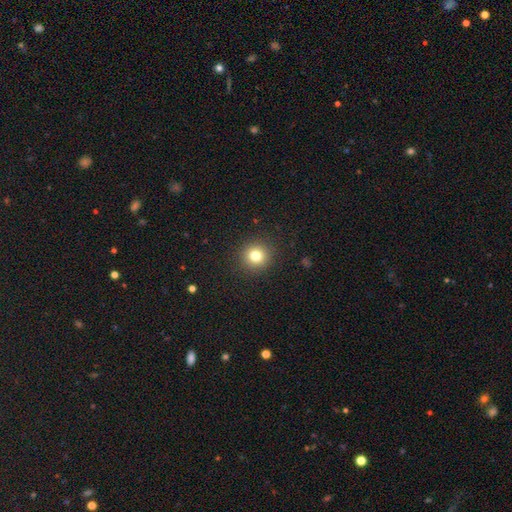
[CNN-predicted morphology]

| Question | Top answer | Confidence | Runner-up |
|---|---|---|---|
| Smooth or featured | smooth | 79% | star or artifact (13%) |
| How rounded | round | 93% | in between (6%) |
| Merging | none | 92% | minor disturbance (5%) |